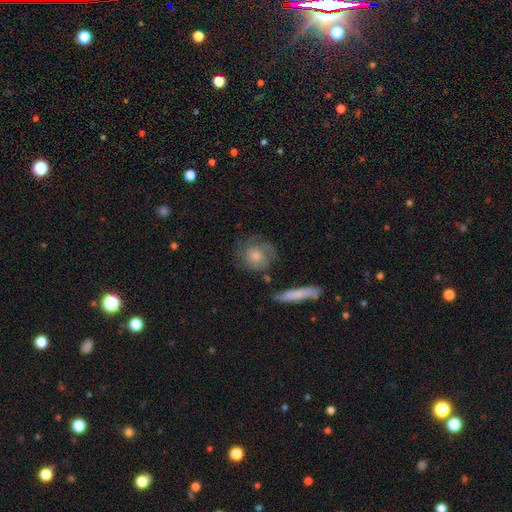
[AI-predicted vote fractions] Q: Smooth or featured?
A: featured or disk (49%); runner-up: smooth (41%)
Q: Merging?
A: none (67%); runner-up: minor disturbance (18%)